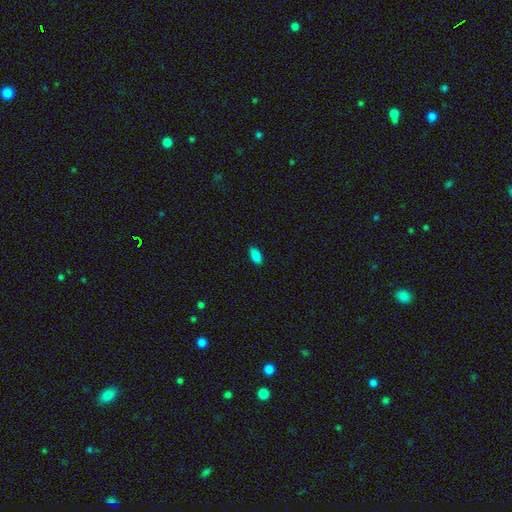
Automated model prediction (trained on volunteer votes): A smooth galaxy with no disk features (87%) that is in between round and cigar-shaped (91%).

Vote fractions:
- Smooth or featured? smooth: 87% / star or artifact: 9% / featured or disk: 4%
- How rounded? in between: 91% / cigar-shaped: 6% / round: 3%
- Merging? none: 88% / minor disturbance: 9% / major disturbance: 2% / merger: 1%